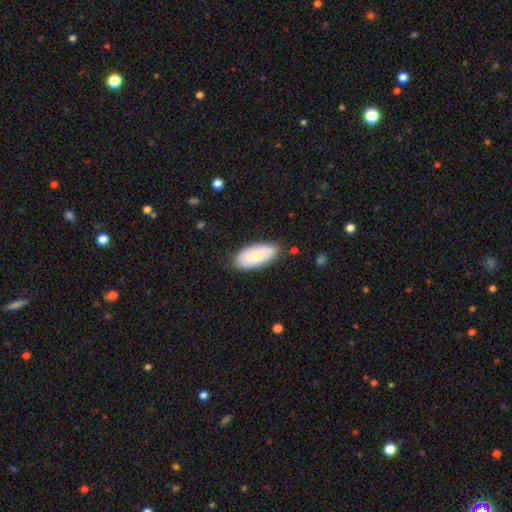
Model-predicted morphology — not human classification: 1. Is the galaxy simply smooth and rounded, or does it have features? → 80% smooth, 15% featured or disk, 6% star or artifact.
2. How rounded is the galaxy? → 90% in between, 8% cigar-shaped, 2% round.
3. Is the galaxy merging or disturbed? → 80% none, 15% minor disturbance, 3% major disturbance, 2% merger.